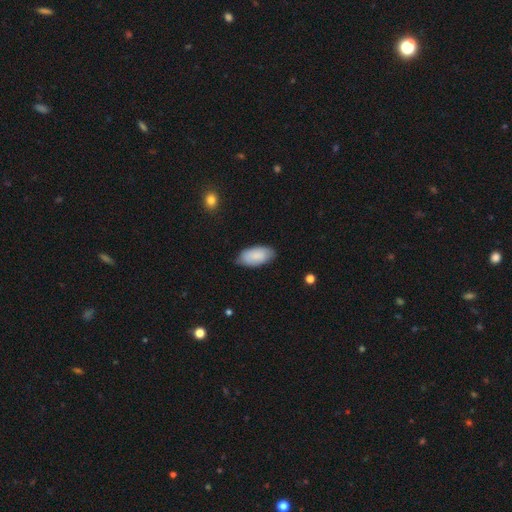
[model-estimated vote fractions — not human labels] smooth_or_featured: smooth (p=0.86) [alt: featured or disk p=0.09]
how_rounded: in between (p=0.95) [alt: cigar-shaped p=0.03]
merging: none (p=0.75) [alt: minor disturbance p=0.20]